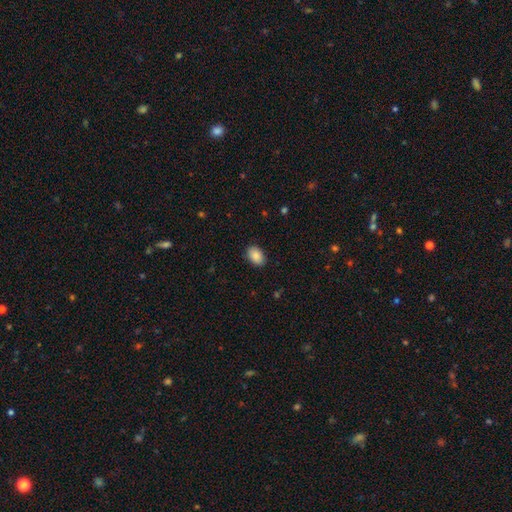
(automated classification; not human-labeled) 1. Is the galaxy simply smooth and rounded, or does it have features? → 89% smooth, 7% star or artifact, 4% featured or disk.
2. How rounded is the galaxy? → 86% in between, 13% round, 1% cigar-shaped.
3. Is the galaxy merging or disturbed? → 88% none, 9% minor disturbance, 2% major disturbance, 1% merger.